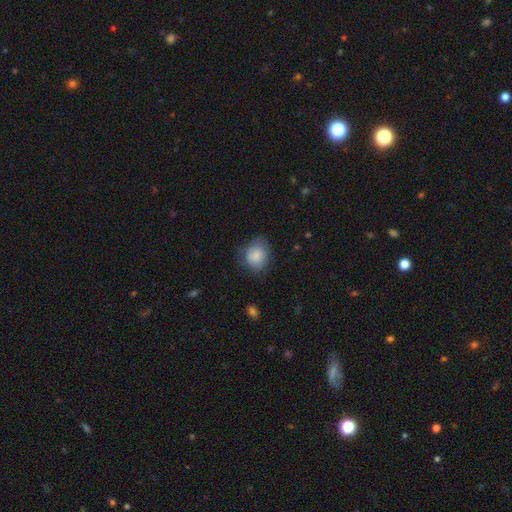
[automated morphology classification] A smooth galaxy with no disk features (82%) that is round (57%). Merging: none (63%).